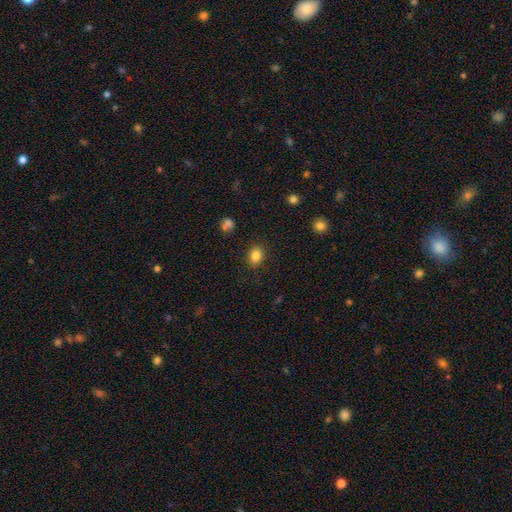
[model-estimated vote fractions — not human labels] Q: Smooth or featured?
A: smooth (84%); runner-up: star or artifact (11%)
Q: How rounded?
A: in between (56%); runner-up: round (43%)
Q: Merging?
A: none (87%); runner-up: minor disturbance (9%)